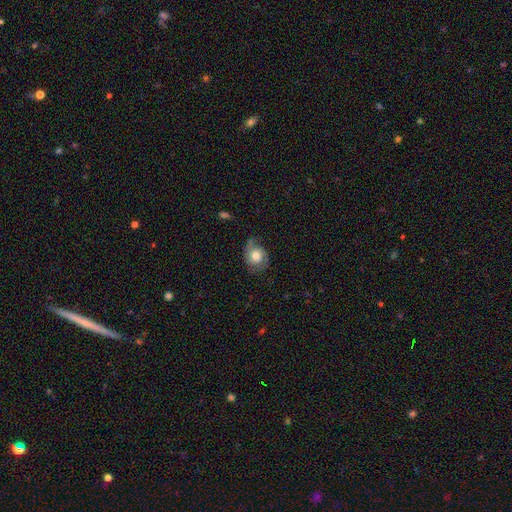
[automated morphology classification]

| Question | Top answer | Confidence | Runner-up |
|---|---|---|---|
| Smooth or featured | featured or disk | 55% | smooth (38%) |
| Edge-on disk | no | 97% | yes (3%) |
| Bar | no | 77% | weak (20%) |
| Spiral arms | yes | 87% | no (13%) |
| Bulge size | moderate | 54% | large (34%) |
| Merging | none | 58% | minor disturbance (27%) |